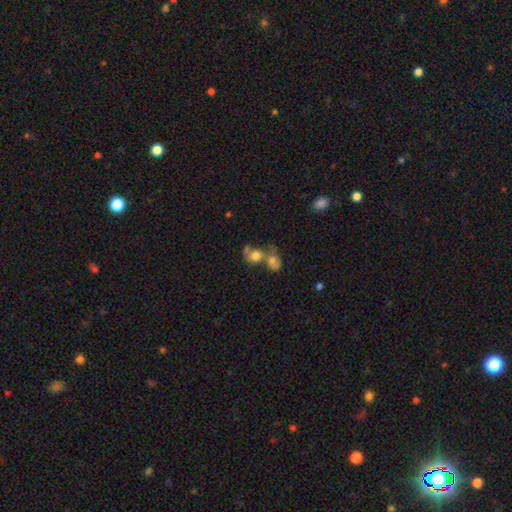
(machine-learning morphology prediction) Smooth or featured?
  - smooth: 67% *
  - featured or disk: 22%
  - star or artifact: 11%
How rounded?
  - round: 61% *
  - in between: 37%
  - cigar-shaped: 1%
Merging?
  - merger: 66% *
  - none: 18%
  - major disturbance: 8%
  - minor disturbance: 8%